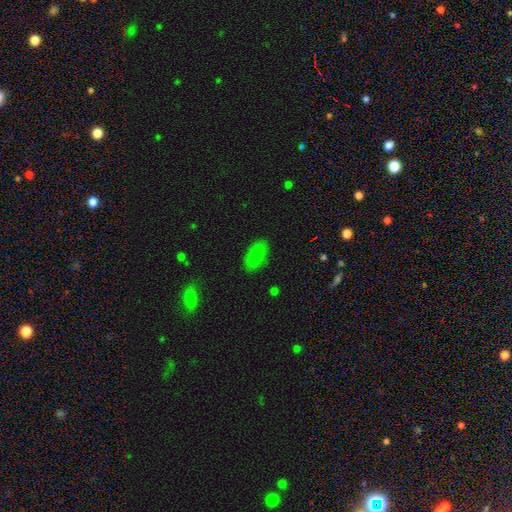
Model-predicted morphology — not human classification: Overall: smooth (81%). How rounded: in between (92%). Merging: none (85%).